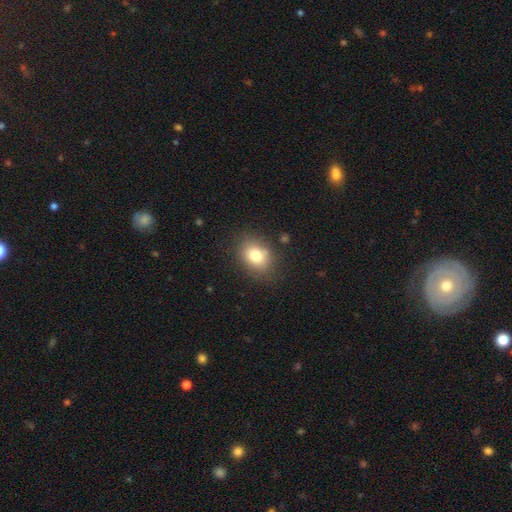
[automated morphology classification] Q: Smooth or featured?
A: smooth (79%); runner-up: featured or disk (11%)
Q: How rounded?
A: in between (63%); runner-up: round (36%)
Q: Merging?
A: none (79%); runner-up: minor disturbance (14%)